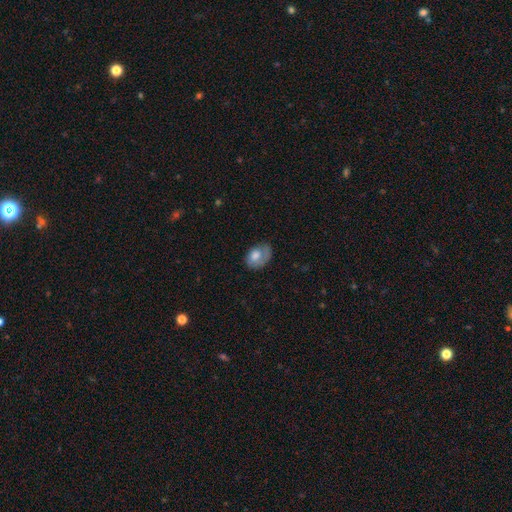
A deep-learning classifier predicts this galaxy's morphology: type=smooth (65%); roundness=in between (76%); merging=none (42%).